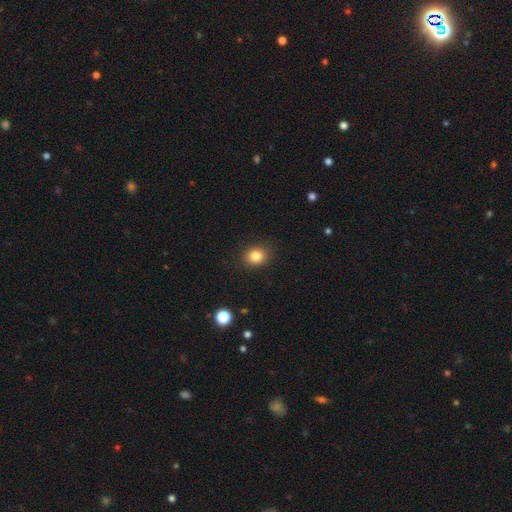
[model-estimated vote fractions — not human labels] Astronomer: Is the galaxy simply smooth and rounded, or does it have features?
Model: smooth — 84%.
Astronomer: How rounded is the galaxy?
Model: round — 63%.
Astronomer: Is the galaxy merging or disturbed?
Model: none — 89%.